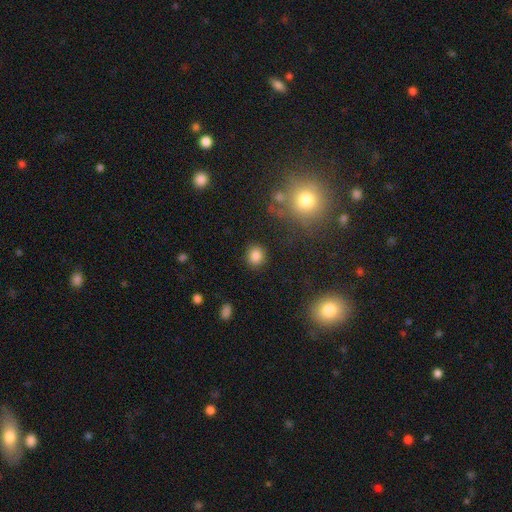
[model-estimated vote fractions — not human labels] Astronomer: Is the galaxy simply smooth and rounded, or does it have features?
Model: smooth — 84%.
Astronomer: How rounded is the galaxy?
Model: round — 81%.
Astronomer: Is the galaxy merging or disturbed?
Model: none — 87%.